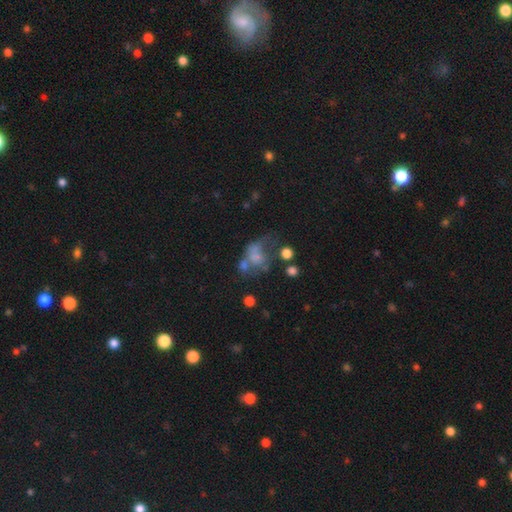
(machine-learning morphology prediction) smooth_or_featured: smooth (p=0.54) [alt: featured or disk p=0.31]
how_rounded: in between (p=0.58) [alt: round p=0.40]
merging: major disturbance (p=0.33) [alt: merger p=0.30]